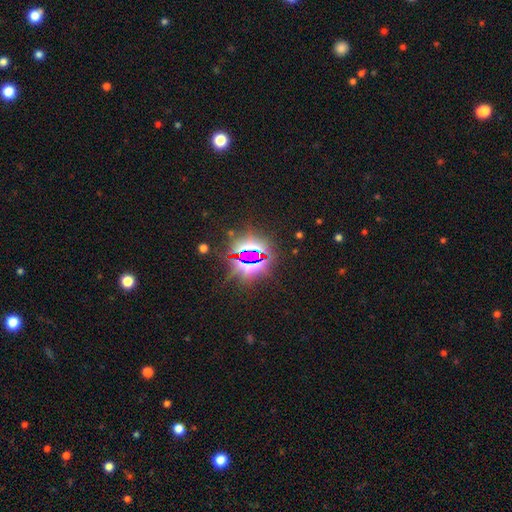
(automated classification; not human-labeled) The model was most divided on "smooth or featured": star or artifact: 82%, smooth: 11%, featured or disk: 7%.